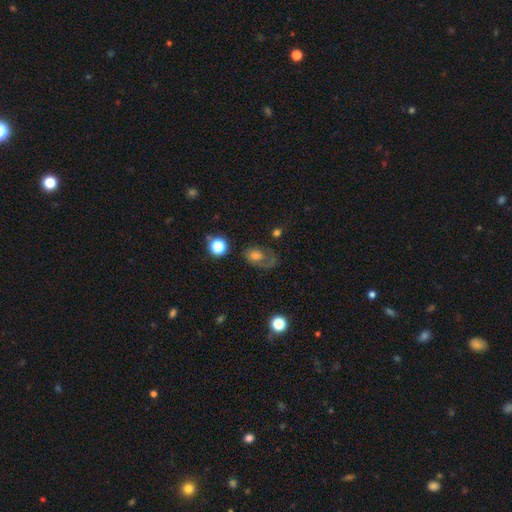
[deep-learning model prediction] A featured or disk galaxy (44%).

Vote fractions:
- Smooth or featured? featured or disk: 44% / smooth: 43% / star or artifact: 14%
- Merging? none: 43% / major disturbance: 31% / minor disturbance: 22% / merger: 4%